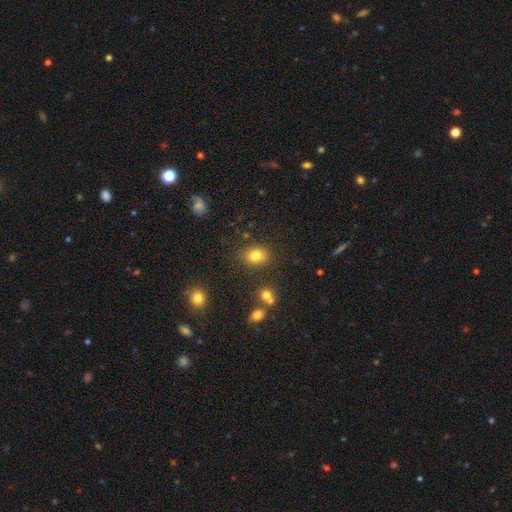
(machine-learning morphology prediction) Overall: smooth (79%). How rounded: in between (51%; round 48%). Merging: none (80%).